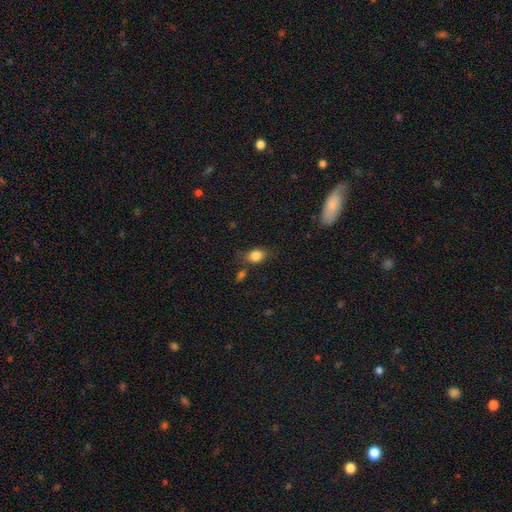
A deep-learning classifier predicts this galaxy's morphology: type=smooth (83%); roundness=in between (66%); merging=none (68%).